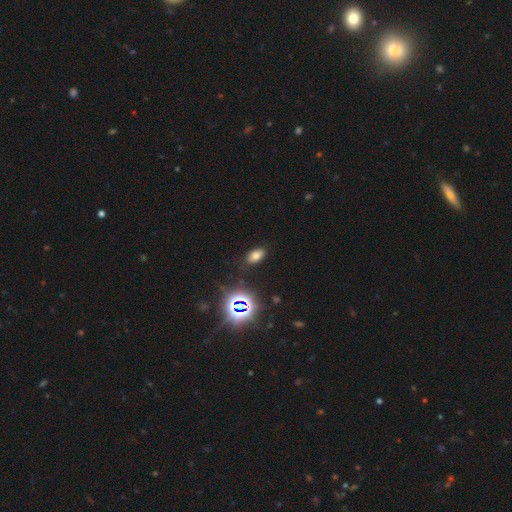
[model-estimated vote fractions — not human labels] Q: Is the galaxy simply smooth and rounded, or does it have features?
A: smooth — 66%.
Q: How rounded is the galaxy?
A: in between — 89%.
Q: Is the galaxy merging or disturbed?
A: none — 85%.